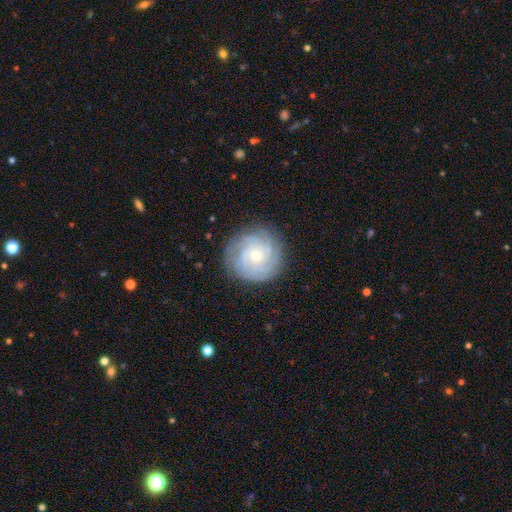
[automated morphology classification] Overall: featured or disk (84%). Edge-on disk: no (98%). Bar: no (73%). Spiral arms: yes (98%). Spiral arm count: 4 (35%; can't tell 18%). Spiral winding: tight (80%). Bulge size: small (61%; moderate 35%). Merging: none (86%).